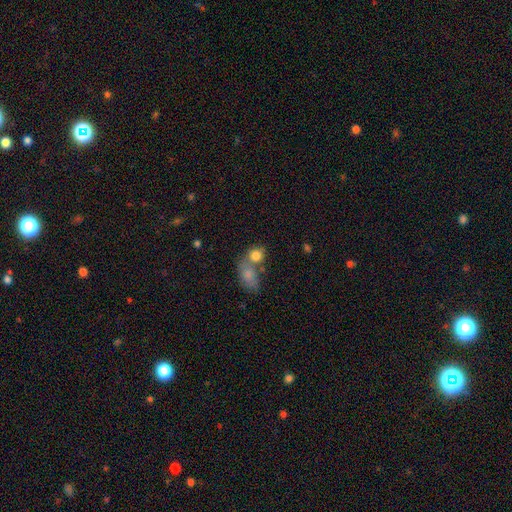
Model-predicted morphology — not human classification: Overall: smooth (81%). How rounded: round (60%; in between 39%). Merging: merger (50%; none 35%).